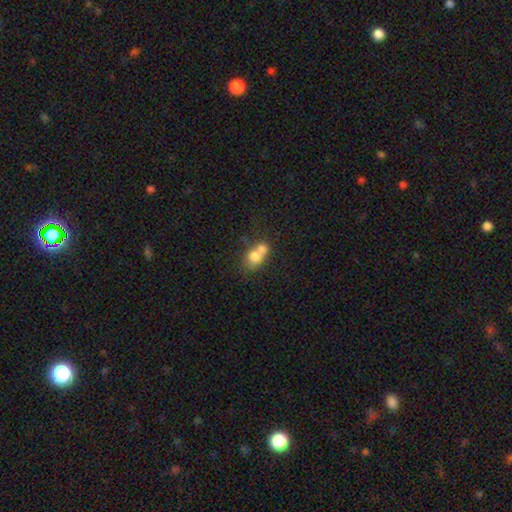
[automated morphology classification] A smooth galaxy with no disk features (70%) that is round (56%).

Vote fractions:
- Smooth or featured? smooth: 70% / featured or disk: 20% / star or artifact: 10%
- How rounded? round: 56% / in between: 42% / cigar-shaped: 2%
- Merging? merger: 65% / none: 24% / minor disturbance: 7% / major disturbance: 4%